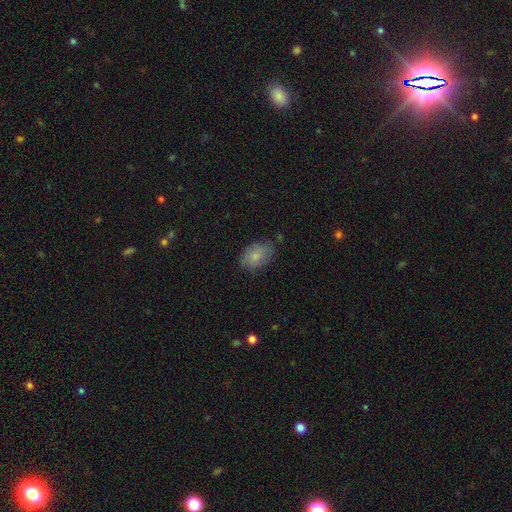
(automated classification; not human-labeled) A smooth galaxy with no disk features (78%) that is in between round and cigar-shaped (87%).

Vote fractions:
- Smooth or featured? smooth: 78% / featured or disk: 15% / star or artifact: 7%
- How rounded? in between: 87% / round: 12% / cigar-shaped: 1%
- Merging? none: 74% / minor disturbance: 20% / major disturbance: 4% / merger: 2%